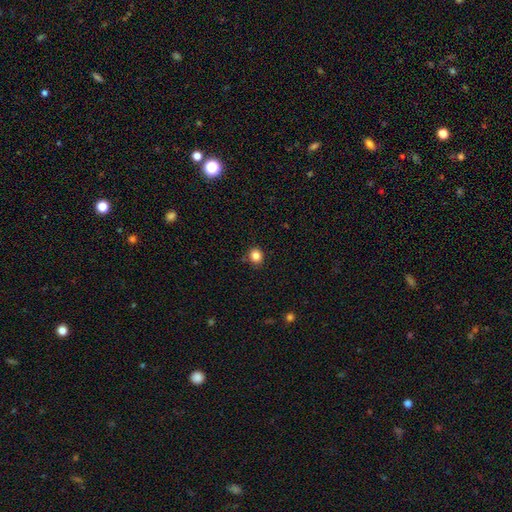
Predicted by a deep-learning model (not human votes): This is clearly a smooth galaxy (84%). How rounded: clearly round (80%). Merging: clearly none (84%).